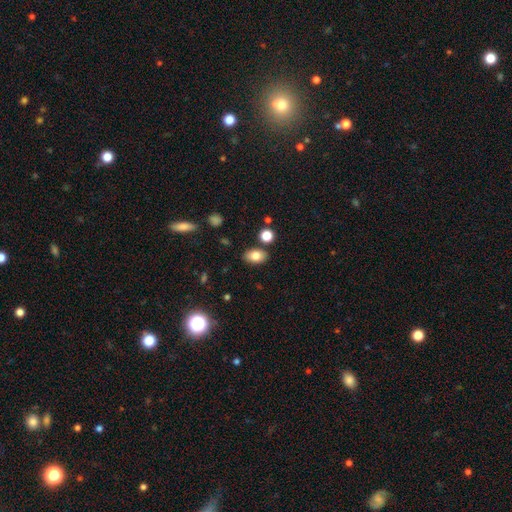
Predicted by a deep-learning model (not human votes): Overall: smooth (80%). How rounded: in between (85%). Merging: none (84%).